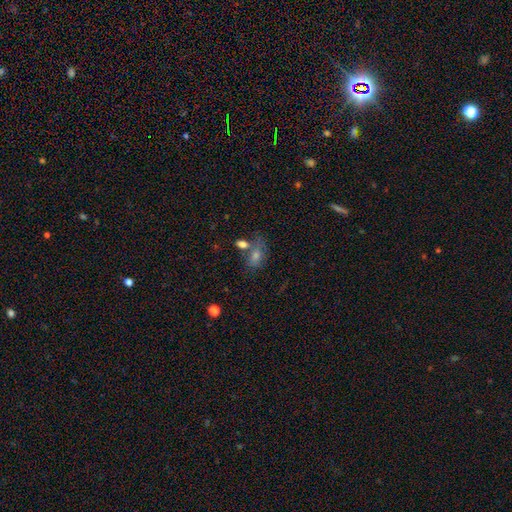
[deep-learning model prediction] Smooth or featured: smooth — 59% (featured or disk — 22%)
How rounded: in between — 79% (round — 17%)
Merging: none — 49% (merger — 24%)